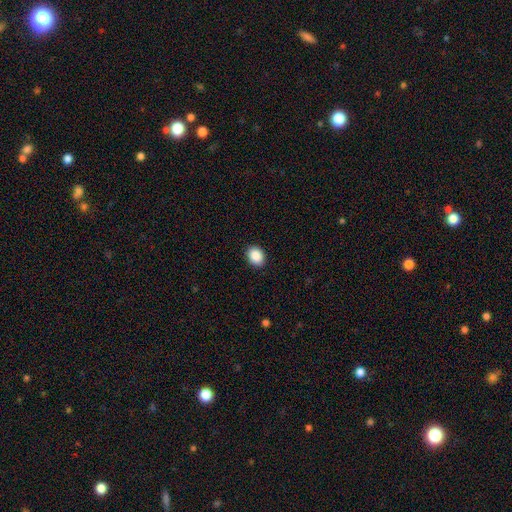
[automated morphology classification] Smooth or featured? smooth (89%)
How rounded? in between (56%)
Merging? none (90%)